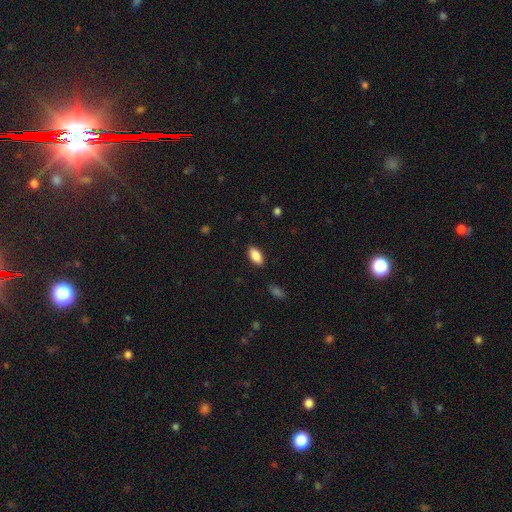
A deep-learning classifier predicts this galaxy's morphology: Smooth or featured? Predicted: smooth (p=0.86). How rounded? Predicted: in between (p=0.91). Merging? Predicted: none (p=0.88).